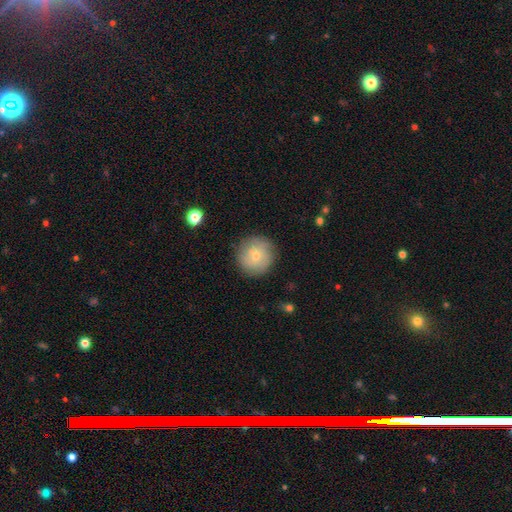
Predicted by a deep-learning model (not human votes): Smooth or featured?
  - smooth: 63% *
  - featured or disk: 29%
  - star or artifact: 8%
How rounded?
  - round: 94% *
  - in between: 5%
  - cigar-shaped: 1%
Merging?
  - none: 85% *
  - minor disturbance: 11%
  - major disturbance: 3%
  - merger: 1%